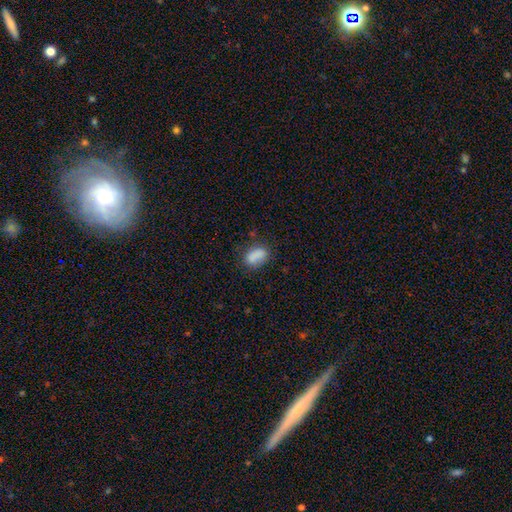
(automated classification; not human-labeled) smooth_or_featured: smooth (p=0.84) [alt: star or artifact p=0.09]
how_rounded: in between (p=0.86) [alt: round p=0.10]
merging: none (p=0.68) [alt: minor disturbance p=0.21]